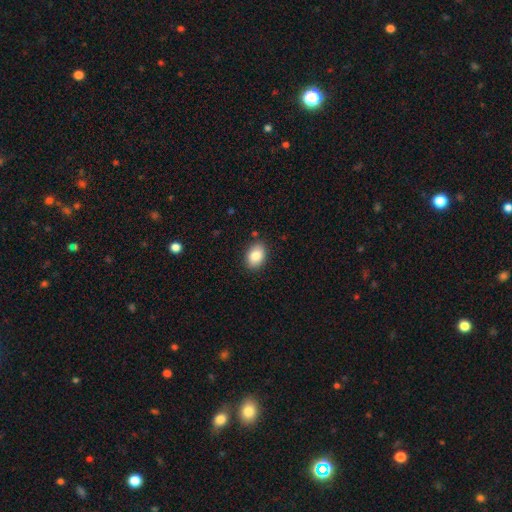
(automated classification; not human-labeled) Smooth or featured: smooth — 85% (star or artifact — 8%)
How rounded: in between — 78% (round — 21%)
Merging: none — 86% (minor disturbance — 10%)